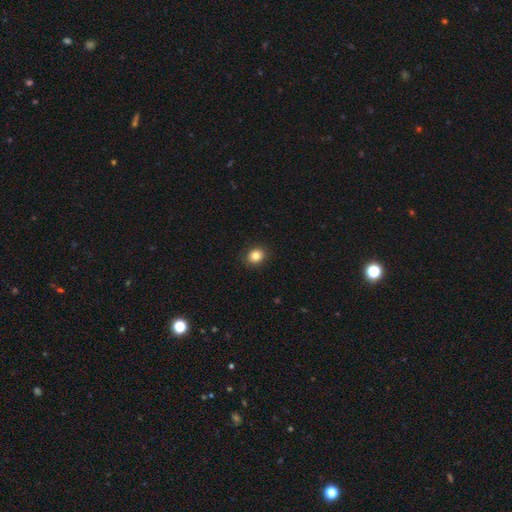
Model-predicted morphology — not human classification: Smooth or featured: smooth — 83% (star or artifact — 10%)
How rounded: round — 68% (in between — 31%)
Merging: none — 90% (minor disturbance — 7%)